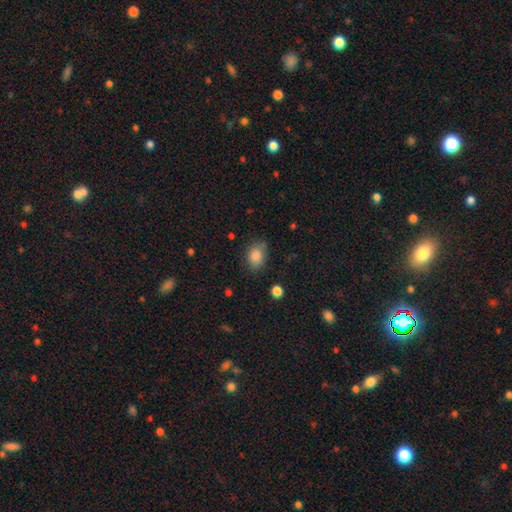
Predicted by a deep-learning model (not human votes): Smooth or featured? Predicted: smooth (p=0.85). How rounded? Predicted: in between (p=0.68). Merging? Predicted: none (p=0.70).